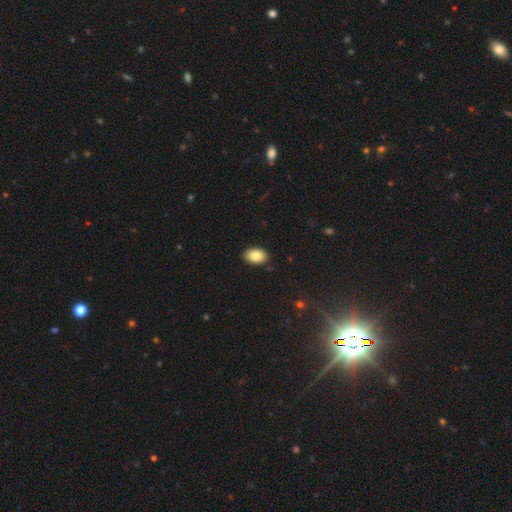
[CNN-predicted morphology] smooth_or_featured: smooth (p=0.86) [alt: star or artifact p=0.07]
how_rounded: in between (p=0.86) [alt: round p=0.13]
merging: none (p=0.88) [alt: minor disturbance p=0.09]